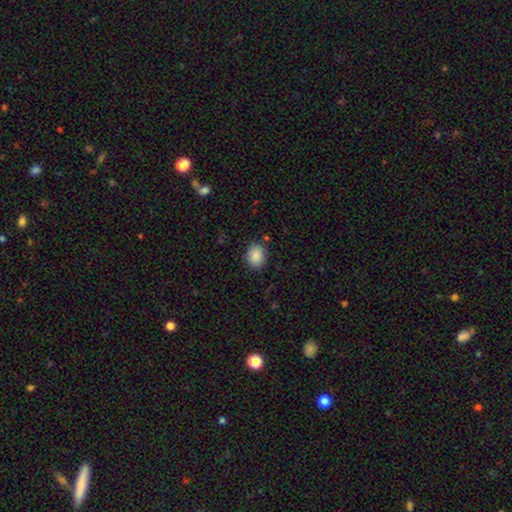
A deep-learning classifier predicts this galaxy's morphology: Smooth or featured?
  - smooth: 88% *
  - star or artifact: 8%
  - featured or disk: 4%
How rounded?
  - in between: 53% *
  - round: 46%
  - cigar-shaped: 1%
Merging?
  - none: 83% *
  - minor disturbance: 12%
  - major disturbance: 3%
  - merger: 2%